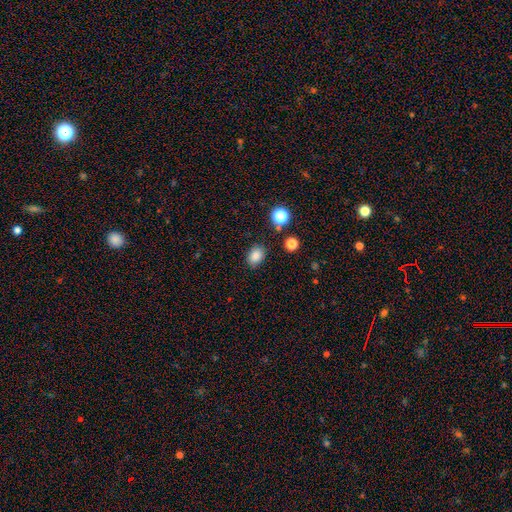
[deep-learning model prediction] Morphology: type=smooth (84%); roundness=in between (68%); merging=none (82%).